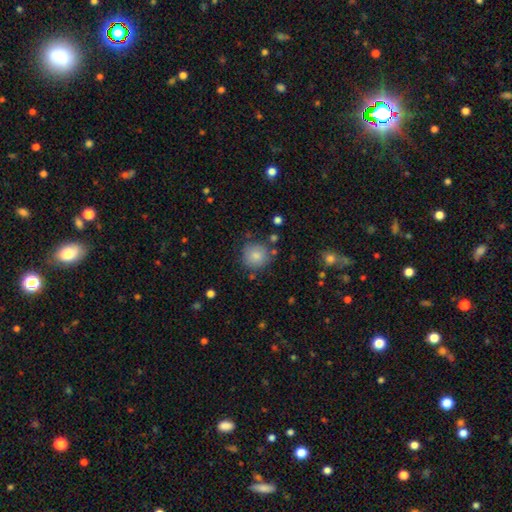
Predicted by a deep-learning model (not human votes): Overall: smooth (82%). How rounded: round (92%). Merging: none (81%).